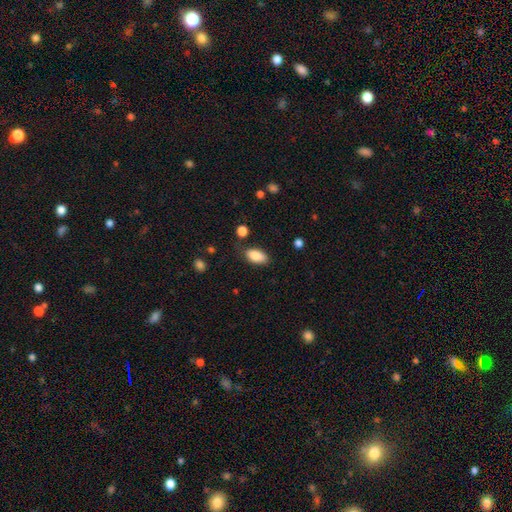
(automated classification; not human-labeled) The model was most divided on "merging": none: 74%, minor disturbance: 18%, major disturbance: 4%, merger: 3%. More confident: how rounded — in between (92%); smooth or featured — smooth (87%).